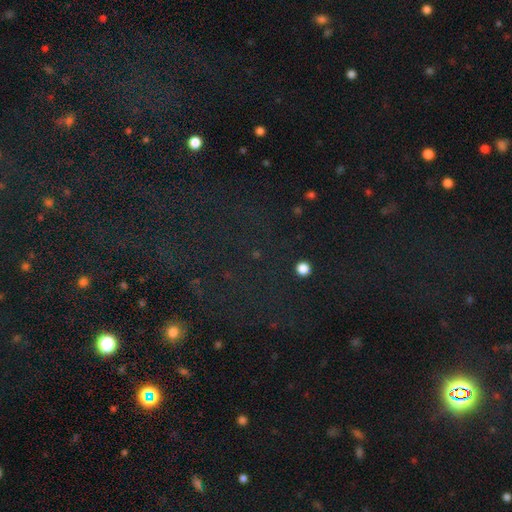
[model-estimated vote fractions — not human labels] The model was most divided on "smooth or featured": star or artifact: 74%, smooth: 16%, featured or disk: 10%.